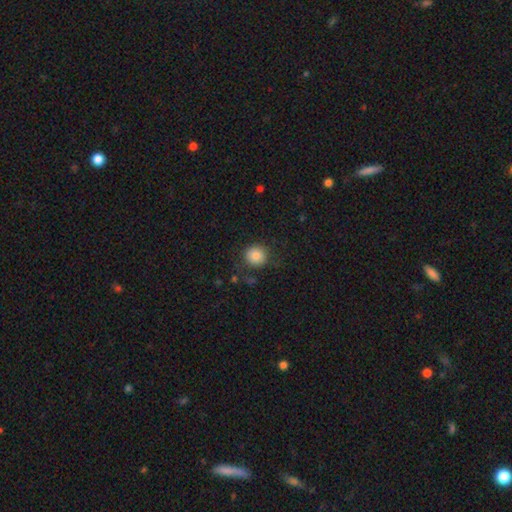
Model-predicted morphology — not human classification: Smooth or featured: smooth — 82% (star or artifact — 10%)
How rounded: round — 92% (in between — 7%)
Merging: none — 81% (minor disturbance — 12%)